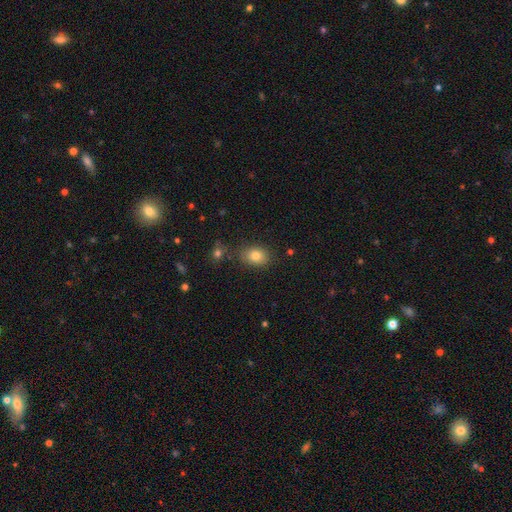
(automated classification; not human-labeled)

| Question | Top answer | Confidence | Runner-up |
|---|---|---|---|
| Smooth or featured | smooth | 80% | star or artifact (11%) |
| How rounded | in between | 64% | round (35%) |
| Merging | none | 80% | minor disturbance (12%) |